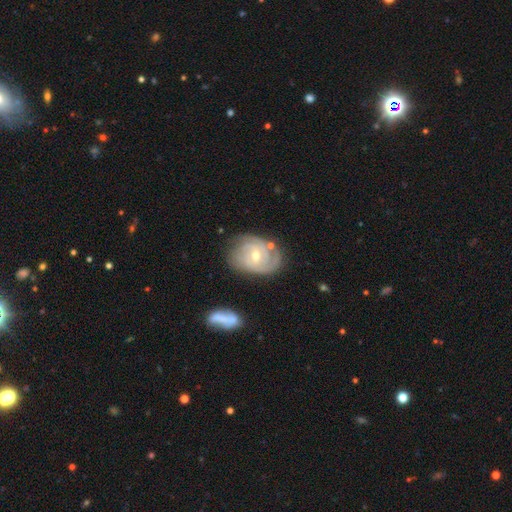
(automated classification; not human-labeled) featured or disk 84%, smooth 10%, star or artifact 6%. Down the decision tree: edge-on disk — no (97%); bar — no (57%); spiral arms — yes (95%); spiral arm count — 3 (28%); spiral winding — tight (72%); bulge size — moderate (51%); merging — none (70%).